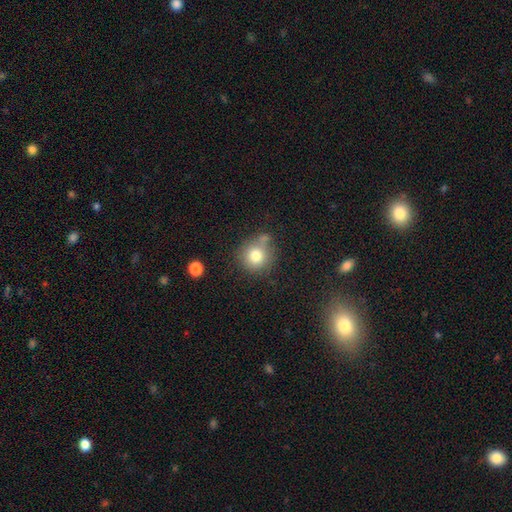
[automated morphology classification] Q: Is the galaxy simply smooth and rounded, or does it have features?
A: smooth — 78%.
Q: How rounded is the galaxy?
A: round — 89%.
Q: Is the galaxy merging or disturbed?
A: none — 62%.